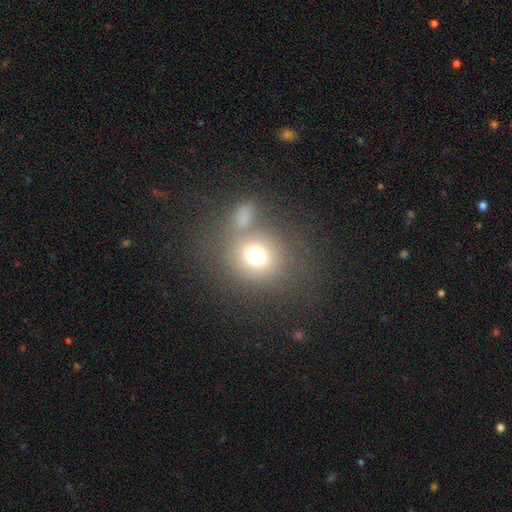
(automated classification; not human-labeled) The model was most divided on "merging": none: 58%, merger: 23%, minor disturbance: 11%, major disturbance: 7%. More confident: how rounded — round (76%); smooth or featured — smooth (72%).